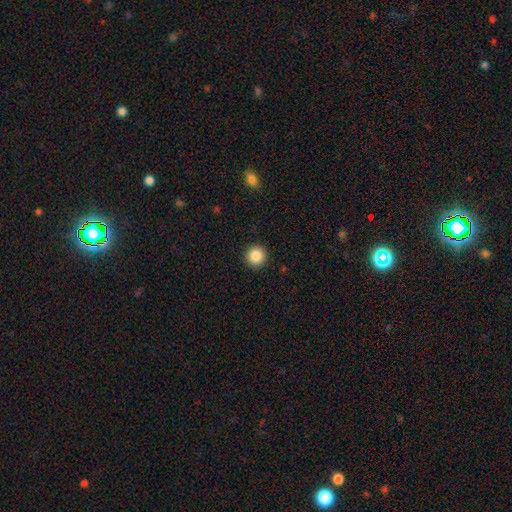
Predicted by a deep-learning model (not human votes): Smooth or featured? Predicted: smooth (p=0.87). How rounded? Predicted: round (p=0.96). Merging? Predicted: none (p=0.93).